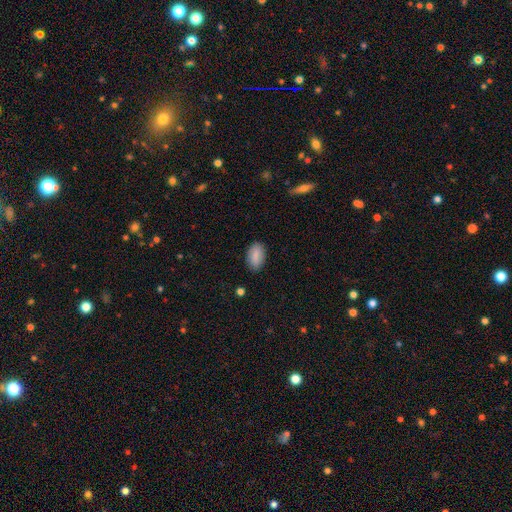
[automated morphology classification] Smooth or featured? smooth (87%)
How rounded? in between (93%)
Merging? none (87%)